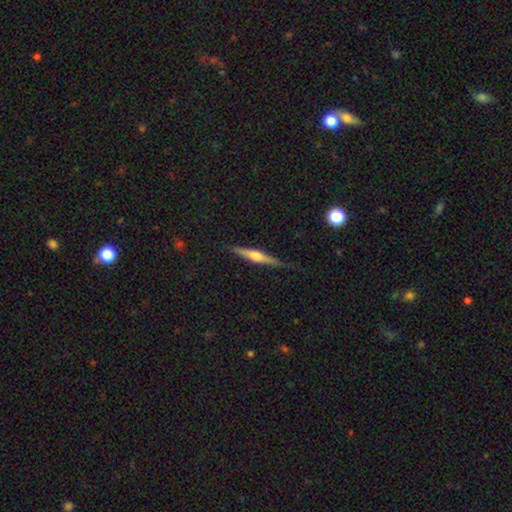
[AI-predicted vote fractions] This appears to be a featured or disk galaxy (63%) viewed edge-on (97%) with a rounded central bulge (85%). Merging: none (82%).